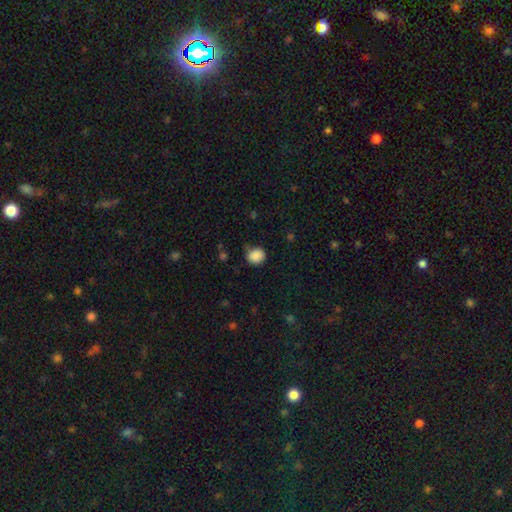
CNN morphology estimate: smooth 88%, star or artifact 9%, featured or disk 3%. Down the decision tree: how rounded — round (72%); merging — none (76%).